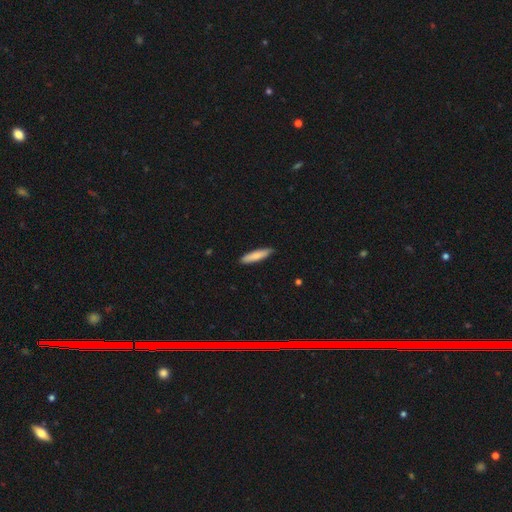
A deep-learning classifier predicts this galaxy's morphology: Smooth or featured? Predicted: smooth (p=0.79). How rounded? Predicted: cigar-shaped (p=0.82). Merging? Predicted: none (p=0.87).